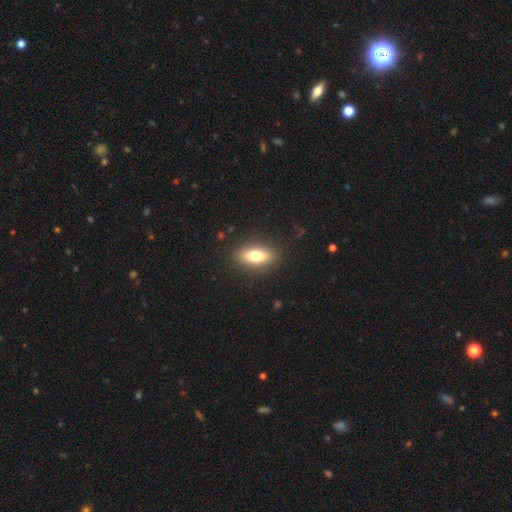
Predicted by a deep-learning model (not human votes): Smooth or featured? smooth (72%)
How rounded? in between (77%)
Merging? none (87%)